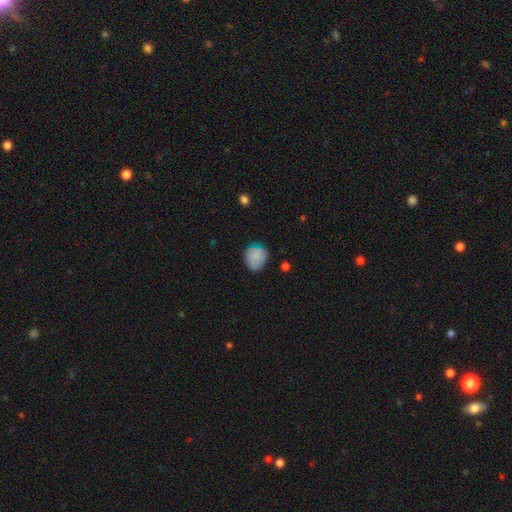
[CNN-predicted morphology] Q: Smooth or featured?
A: smooth (84%); runner-up: star or artifact (8%)
Q: How rounded?
A: round (69%); runner-up: in between (30%)
Q: Merging?
A: none (72%); runner-up: minor disturbance (21%)